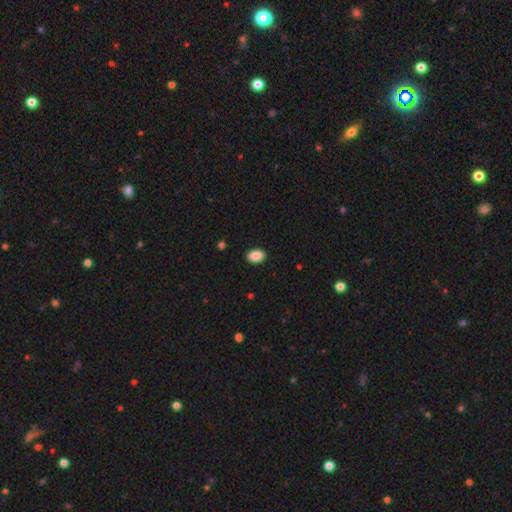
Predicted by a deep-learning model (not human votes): Smooth or featured?
  - smooth: 89% *
  - star or artifact: 7%
  - featured or disk: 3%
How rounded?
  - in between: 83% *
  - round: 16%
  - cigar-shaped: 1%
Merging?
  - none: 91% *
  - minor disturbance: 7%
  - major disturbance: 2%
  - merger: 1%